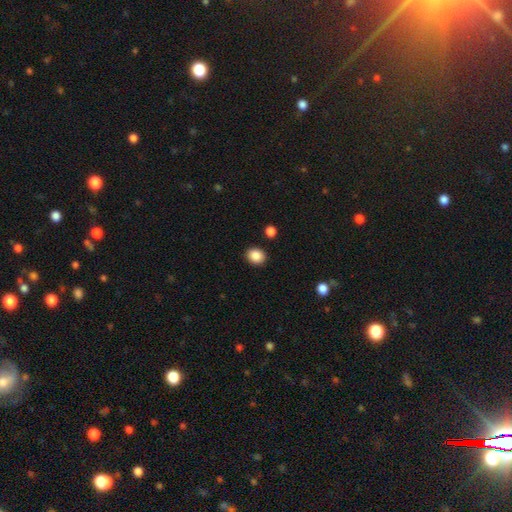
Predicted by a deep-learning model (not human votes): The model was most divided on "how rounded": round: 62%, in between: 37%, cigar-shaped: 1%. More confident: merging — none (89%); smooth or featured — smooth (87%).